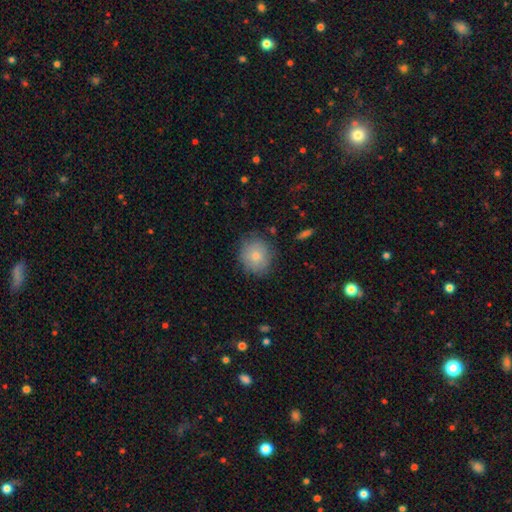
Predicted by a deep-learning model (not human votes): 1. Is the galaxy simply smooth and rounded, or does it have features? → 78% smooth, 14% featured or disk, 8% star or artifact.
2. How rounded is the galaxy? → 84% round, 15% in between, 1% cigar-shaped.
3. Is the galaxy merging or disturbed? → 78% none, 16% minor disturbance, 4% major disturbance, 1% merger.